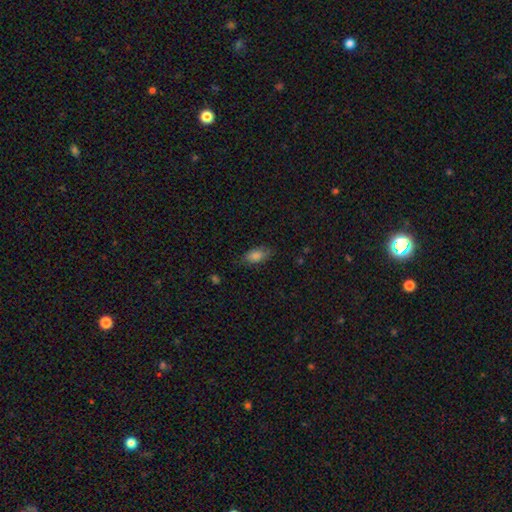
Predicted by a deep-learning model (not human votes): smooth_or_featured: smooth (p=0.82) [alt: star or artifact p=0.09]
how_rounded: in between (p=0.90) [alt: cigar-shaped p=0.06]
merging: none (p=0.76) [alt: minor disturbance p=0.18]